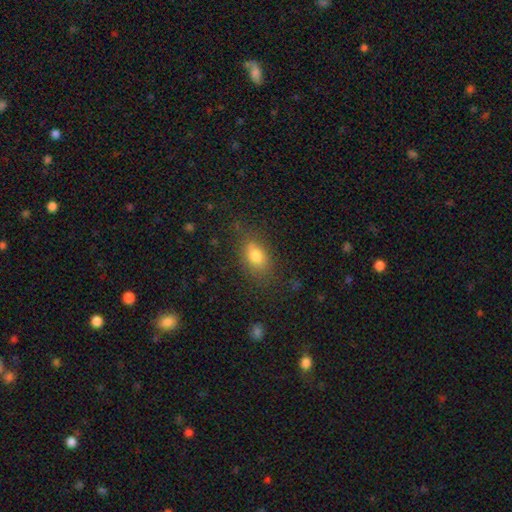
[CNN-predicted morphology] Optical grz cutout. It shows a smooth galaxy with no disk features (77%) that is in between round and cigar-shaped (80%). Merging: none (70%).